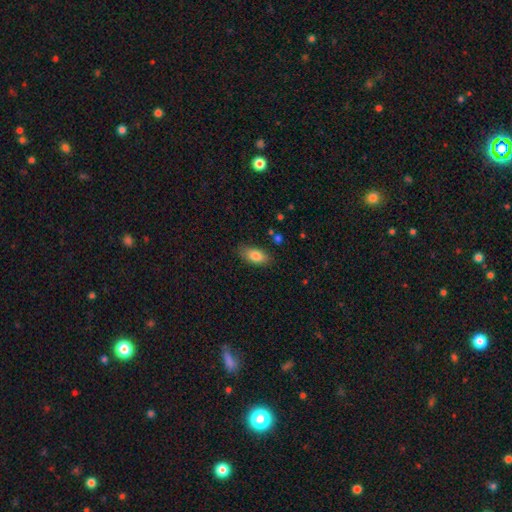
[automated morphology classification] smooth-or-featured: smooth: 83% | featured or disk: 9% | star or artifact: 7%
  how-rounded: in between: 89% | cigar-shaped: 7% | round: 4%
  merging: none: 82% | minor disturbance: 13% | major disturbance: 3% | merger: 2%